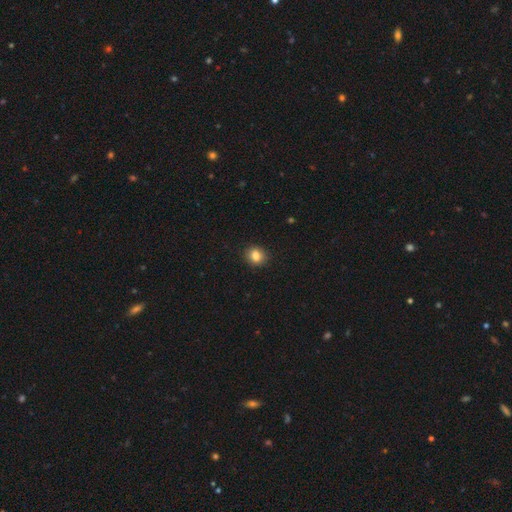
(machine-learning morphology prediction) This appears to be a smooth galaxy with no disk features (84%) that is round (70%). Merging: none (90%).